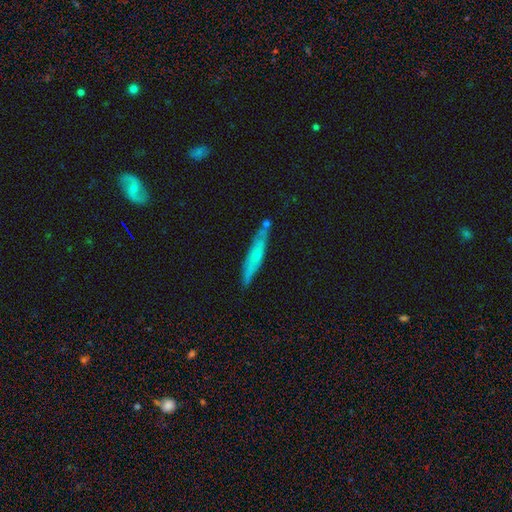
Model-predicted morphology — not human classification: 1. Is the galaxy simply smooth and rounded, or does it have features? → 47% smooth, 46% featured or disk, 7% star or artifact.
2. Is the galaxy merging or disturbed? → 74% none, 17% minor disturbance, 7% merger, 3% major disturbance.